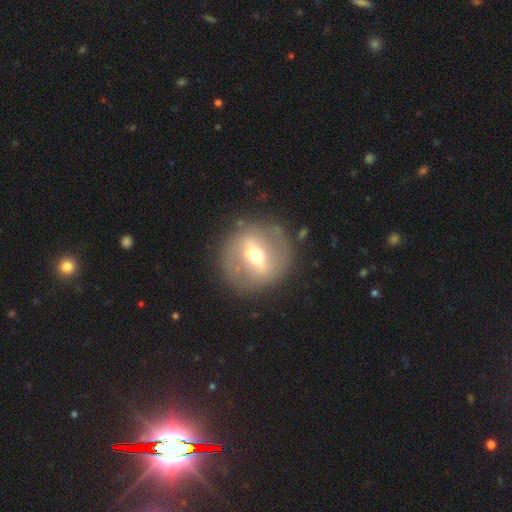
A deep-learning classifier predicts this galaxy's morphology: A featured or disk galaxy (66%) with a strong bar (63%), no spiral arms (75%) and a moderate central bulge (69%).

Vote fractions:
- Smooth or featured? featured or disk: 66% / smooth: 26% / star or artifact: 7%
- Edge-on disk? no: 82% / yes: 18%
- Bar? strong: 63% / weak: 27% / no: 10%
- Spiral arms? no: 75% / yes: 25%
- Bulge size? moderate: 69% / small: 19% / large: 10% / dominant: 1% / none: 1%
- Merging? none: 84% / minor disturbance: 10% / major disturbance: 5% / merger: 2%